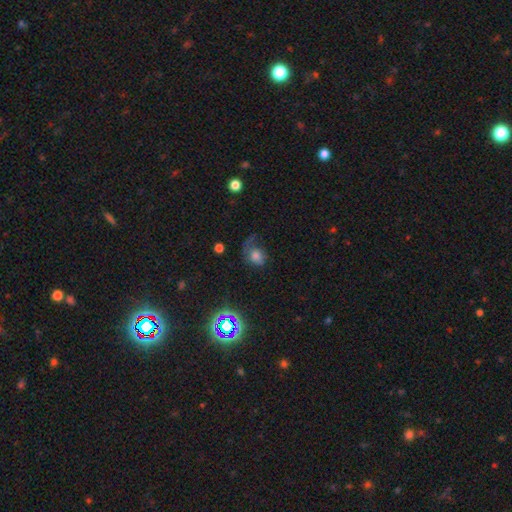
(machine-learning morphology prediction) Smooth or featured: smooth — 56% (featured or disk — 29%)
How rounded: in between — 52% (round — 47%)
Merging: major disturbance — 41% (none — 33%)